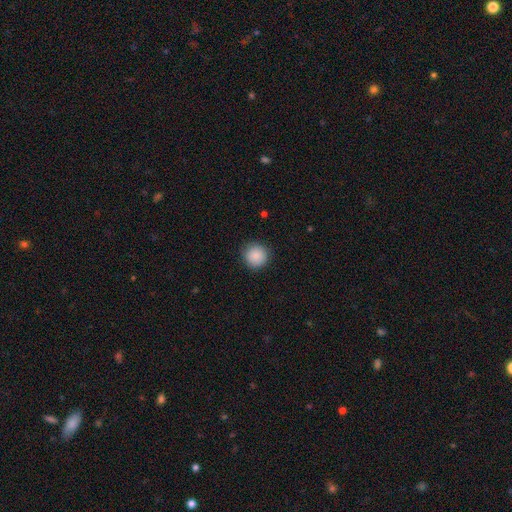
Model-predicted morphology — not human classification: type=smooth (89%); roundness=round (94%); merging=none (89%).